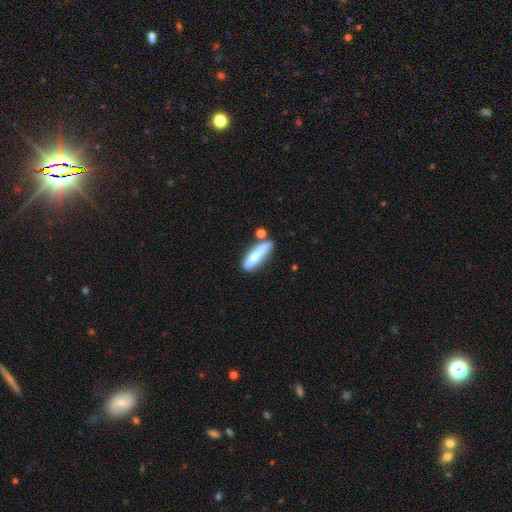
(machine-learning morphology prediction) Smooth or featured? smooth (71%)
How rounded? cigar-shaped (73%)
Merging? none (60%)